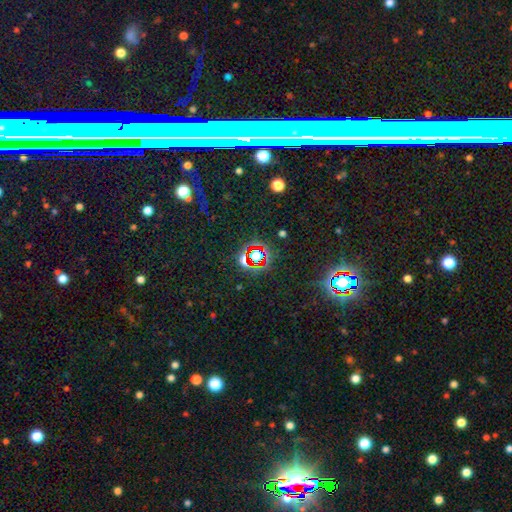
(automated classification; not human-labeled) smooth-or-featured: star or artifact: 73% | smooth: 17% | featured or disk: 10%